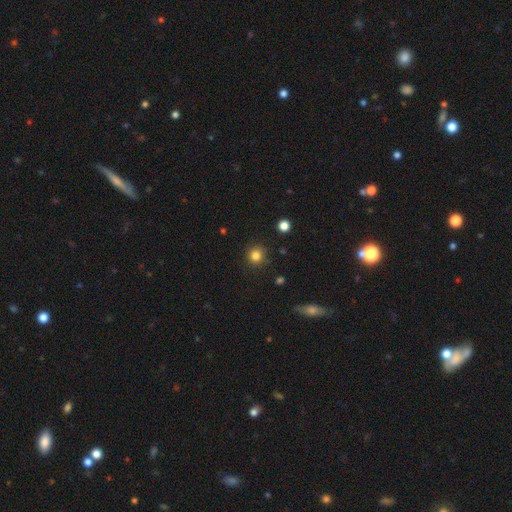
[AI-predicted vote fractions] Smooth or featured? smooth (83%)
How rounded? round (93%)
Merging? none (88%)